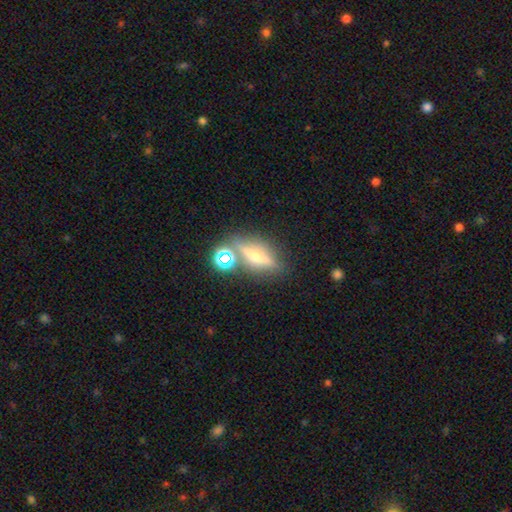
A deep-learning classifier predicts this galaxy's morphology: This is possibly a featured or disk galaxy (57%). It is clearly viewed edge-on (86%). Merging: likely none (76%).